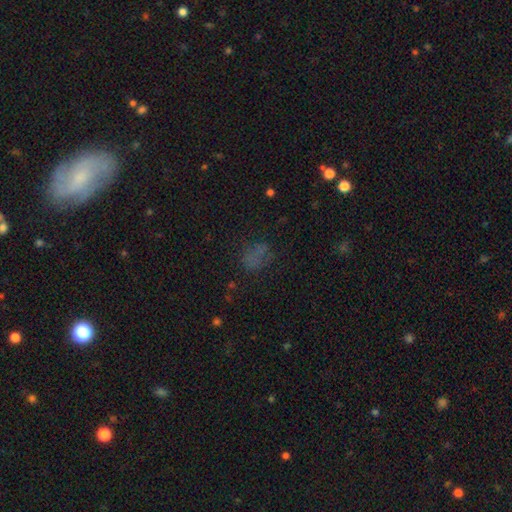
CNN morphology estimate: Smooth or featured: smooth — 55% (star or artifact — 30%)
How rounded: in between — 65% (round — 32%)
Merging: none — 59% (minor disturbance — 19%)